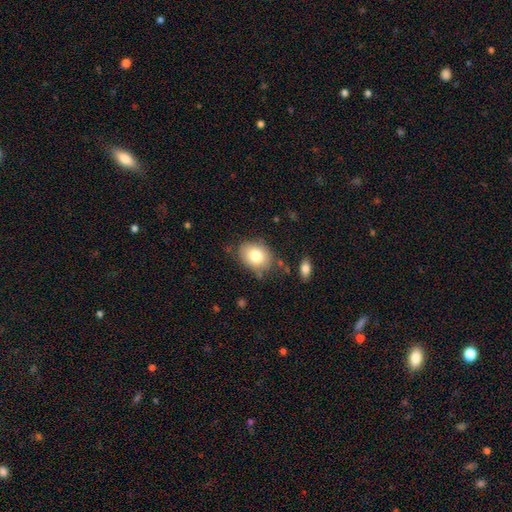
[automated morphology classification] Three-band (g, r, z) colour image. It shows a smooth galaxy with no disk features (80%) that is in between round and cigar-shaped (63%). Merging: none (74%).